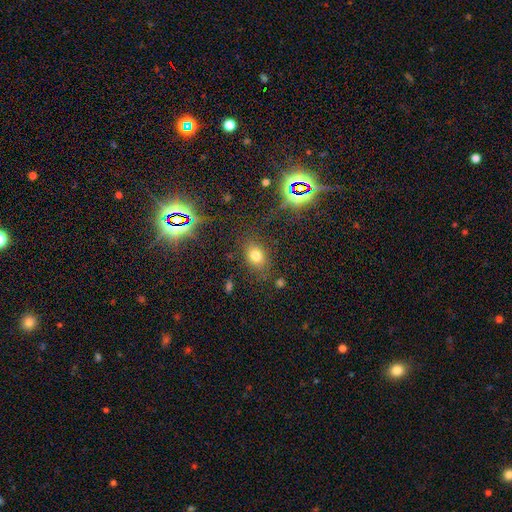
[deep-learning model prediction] Smooth or featured?
  - smooth: 71% *
  - star or artifact: 20%
  - featured or disk: 9%
How rounded?
  - in between: 65% *
  - round: 33%
  - cigar-shaped: 2%
Merging?
  - none: 81% *
  - minor disturbance: 12%
  - major disturbance: 5%
  - merger: 3%